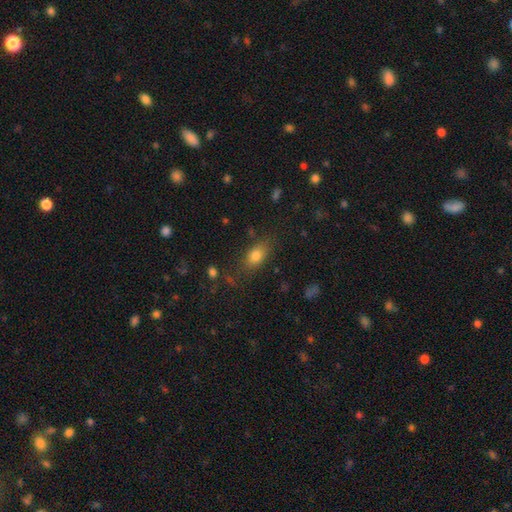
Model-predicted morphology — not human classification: Smooth or featured: smooth — 77% (star or artifact — 12%)
How rounded: in between — 77% (round — 16%)
Merging: none — 76% (minor disturbance — 16%)